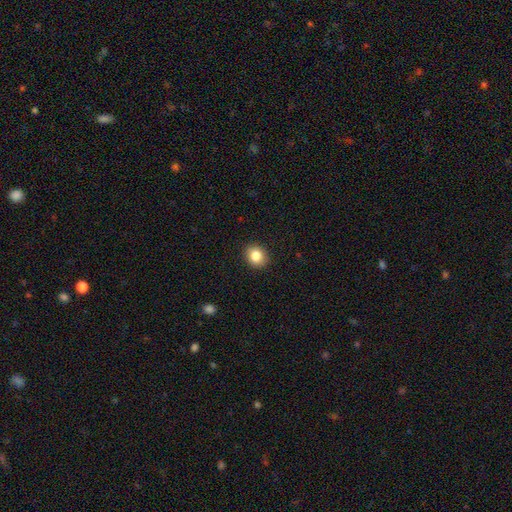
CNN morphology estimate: This is clearly a smooth galaxy (84%). How rounded: likely round (69%). Merging: clearly none (91%).